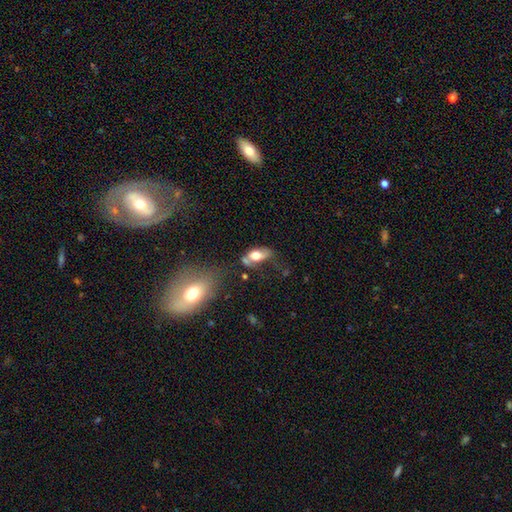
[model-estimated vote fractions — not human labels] A smooth galaxy with no disk features (62%) that is in between round and cigar-shaped (84%).

Vote fractions:
- Smooth or featured? smooth: 62% / featured or disk: 30% / star or artifact: 8%
- How rounded? in between: 84% / round: 8% / cigar-shaped: 7%
- Merging? none: 36% / minor disturbance: 24% / merger: 21% / major disturbance: 19%